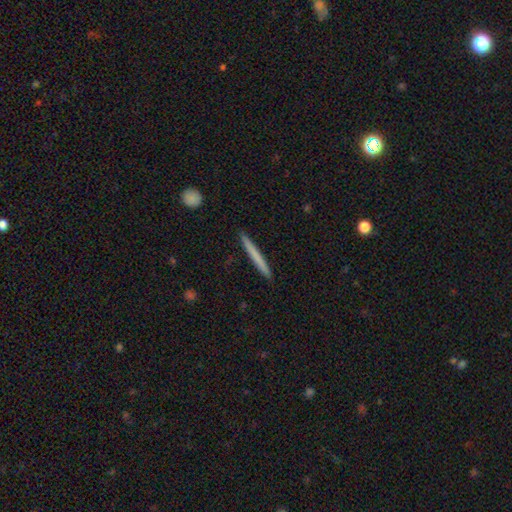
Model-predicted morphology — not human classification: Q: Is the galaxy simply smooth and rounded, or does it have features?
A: smooth — 65%.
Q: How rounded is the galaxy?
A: cigar-shaped — 97%.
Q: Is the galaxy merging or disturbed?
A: none — 92%.